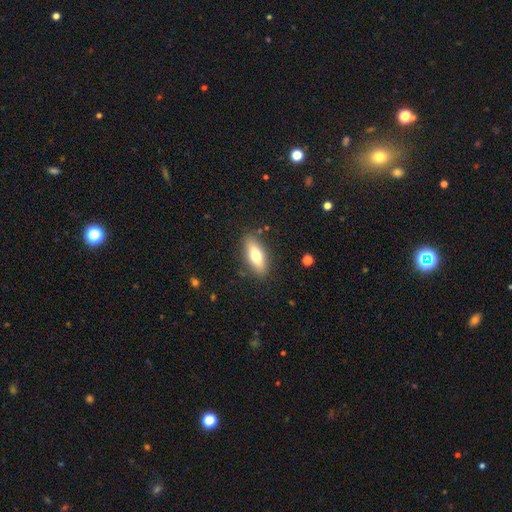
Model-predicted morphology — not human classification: Smooth or featured? Predicted: smooth (p=0.66). How rounded? Predicted: in between (p=0.67). Merging? Predicted: none (p=0.84).